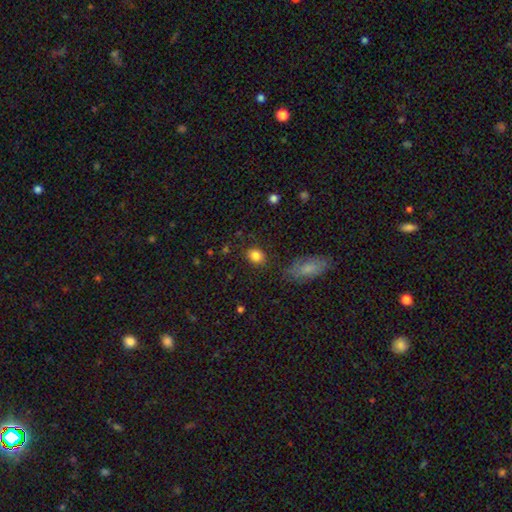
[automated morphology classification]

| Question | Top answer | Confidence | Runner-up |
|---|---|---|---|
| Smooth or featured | smooth | 84% | star or artifact (10%) |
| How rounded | in between | 53% | round (46%) |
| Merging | none | 82% | minor disturbance (12%) |